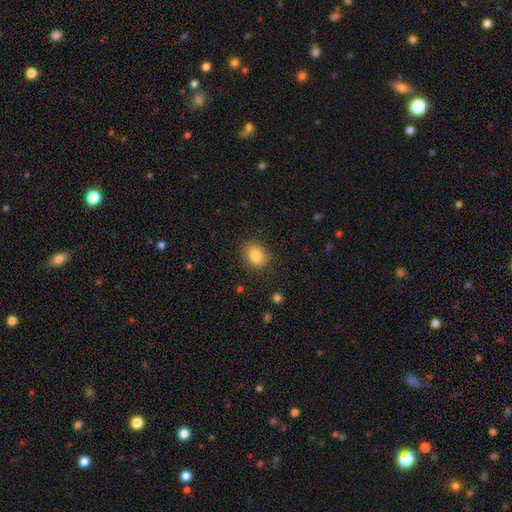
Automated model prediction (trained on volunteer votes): Smooth or featured: smooth — 87% (star or artifact — 8%)
How rounded: in between — 65% (round — 34%)
Merging: none — 83% (minor disturbance — 12%)